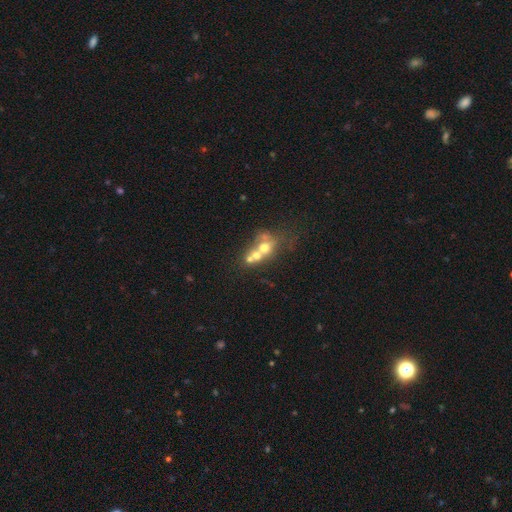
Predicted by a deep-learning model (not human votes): Smooth or featured: smooth — 51% (featured or disk — 35%)
How rounded: round — 66% (in between — 32%)
Merging: merger — 63% (none — 23%)